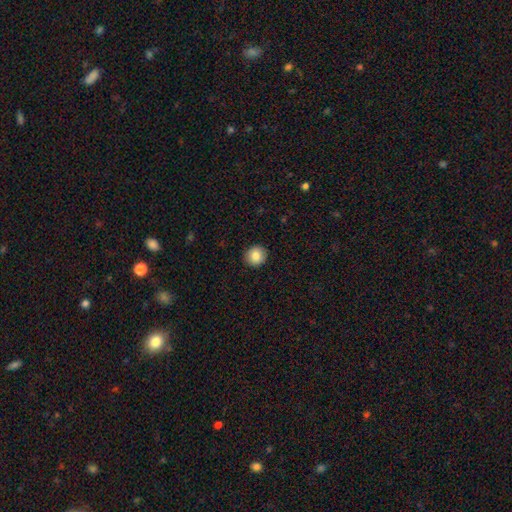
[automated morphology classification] Smooth or featured? smooth (85%)
How rounded? round (90%)
Merging? none (92%)